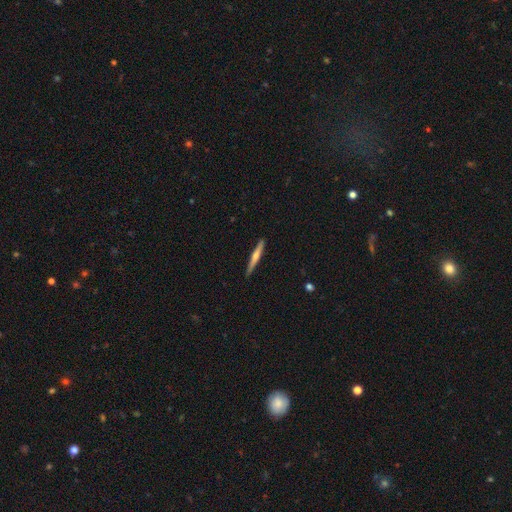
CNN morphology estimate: The model was most divided on "smooth or featured": featured or disk: 60%, smooth: 35%, star or artifact: 5%. More confident: edge-on disk — yes (98%); merging — none (90%); edge-on bulge — rounded (77%).